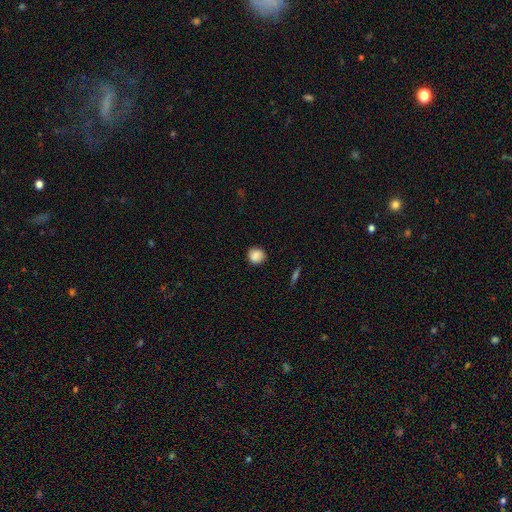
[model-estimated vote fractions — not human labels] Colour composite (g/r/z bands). It shows a smooth galaxy with no disk features (87%) that is round (91%). Merging: none (88%).